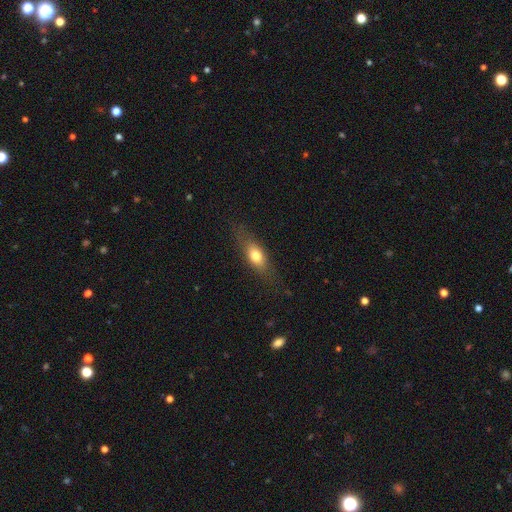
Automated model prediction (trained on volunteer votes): Smooth or featured? Predicted: smooth (p=0.68). How rounded? Predicted: in between (p=0.65). Merging? Predicted: none (p=0.75).